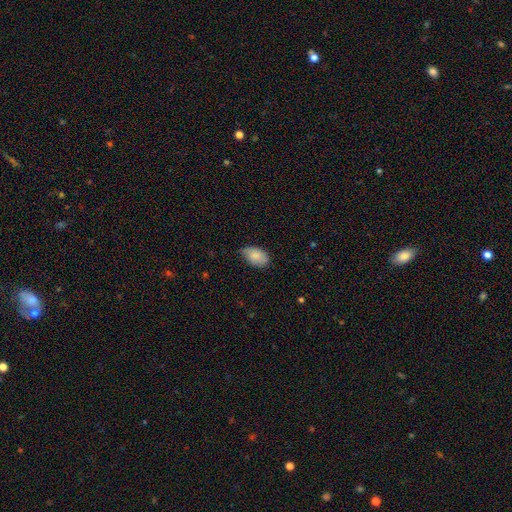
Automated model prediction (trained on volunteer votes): smooth_or_featured: smooth (p=0.85) [alt: featured or disk p=0.09]
how_rounded: in between (p=0.91) [alt: round p=0.08]
merging: none (p=0.56) [alt: minor disturbance p=0.37]